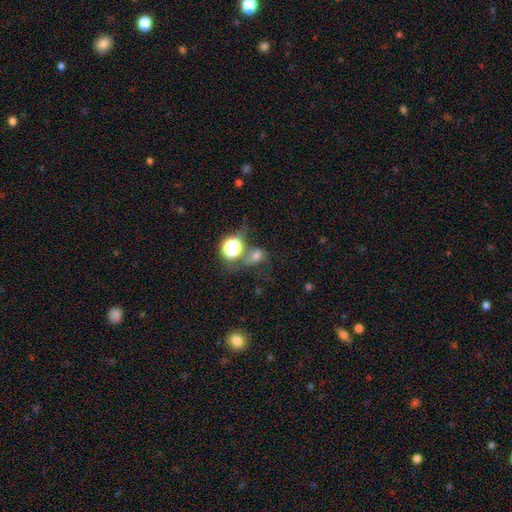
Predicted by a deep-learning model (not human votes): Smooth or featured?
  - smooth: 58% *
  - star or artifact: 24%
  - featured or disk: 18%
How rounded?
  - round: 52% *
  - in between: 46%
  - cigar-shaped: 2%
Merging?
  - none: 42% *
  - merger: 23%
  - major disturbance: 18%
  - minor disturbance: 17%